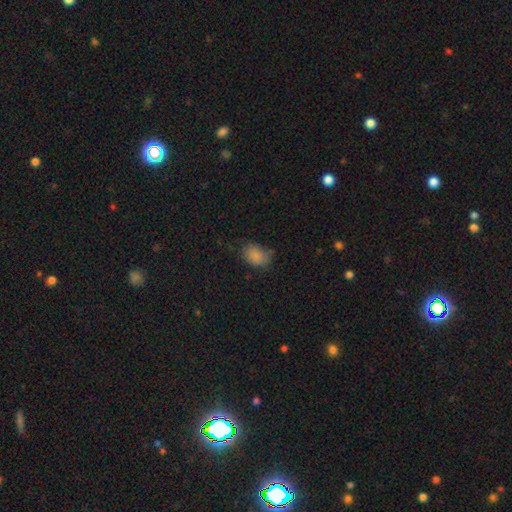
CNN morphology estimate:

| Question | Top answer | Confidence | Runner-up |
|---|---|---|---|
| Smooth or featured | smooth | 85% | star or artifact (9%) |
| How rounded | in between | 73% | round (26%) |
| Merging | none | 66% | minor disturbance (25%) |